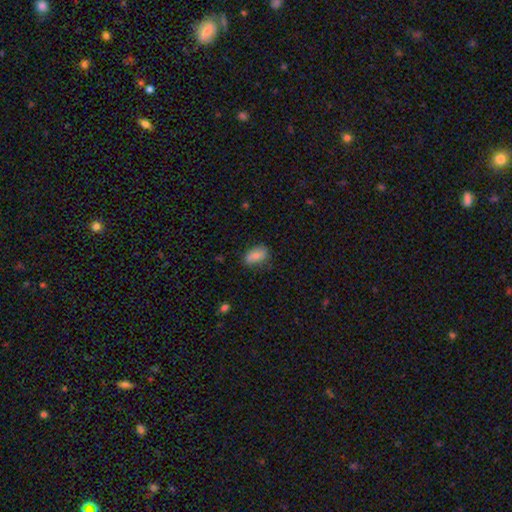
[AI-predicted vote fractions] Smooth or featured? Predicted: smooth (p=0.81). How rounded? Predicted: in between (p=0.89). Merging? Predicted: none (p=0.74).